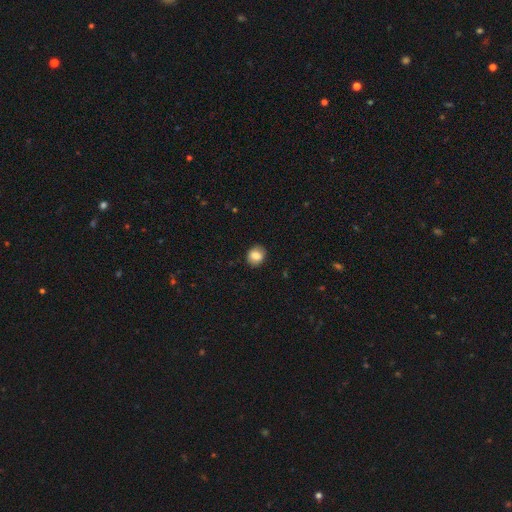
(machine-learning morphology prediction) Smooth or featured?
  - smooth: 82% *
  - featured or disk: 9%
  - star or artifact: 8%
How rounded?
  - round: 65% *
  - in between: 34%
  - cigar-shaped: 1%
Merging?
  - none: 87% *
  - minor disturbance: 10%
  - major disturbance: 3%
  - merger: 1%